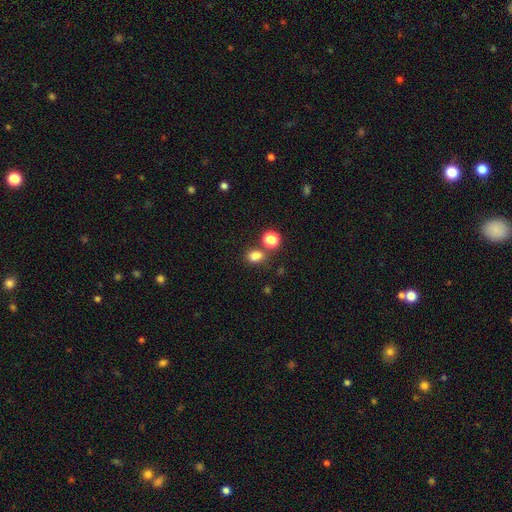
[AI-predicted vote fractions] This is clearly a smooth galaxy (80%). How rounded: possibly in between (54%). Merging: likely none (68%).